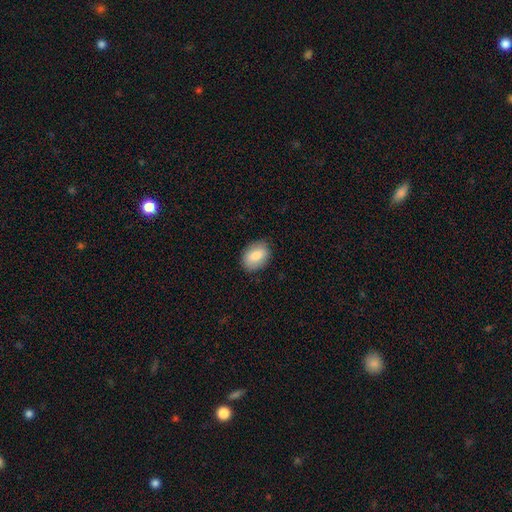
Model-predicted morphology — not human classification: type=smooth (81%); roundness=in between (80%); merging=none (84%).